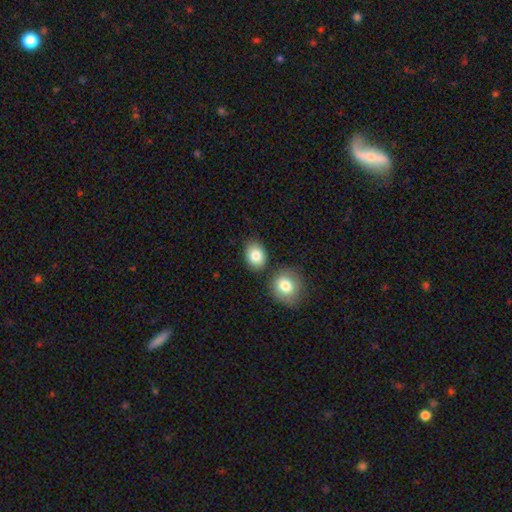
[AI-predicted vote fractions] smooth_or_featured: smooth (p=0.83) [alt: featured or disk p=0.08]
how_rounded: in between (p=0.55) [alt: round p=0.44]
merging: none (p=0.75) [alt: merger p=0.12]